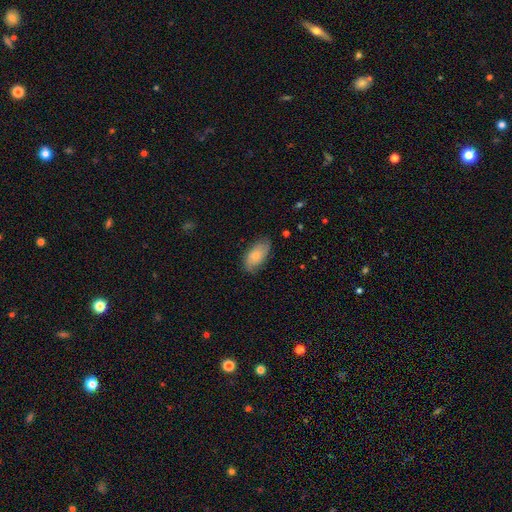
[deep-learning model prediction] Q: Smooth or featured?
A: smooth (70%); runner-up: featured or disk (23%)
Q: How rounded?
A: in between (93%); runner-up: cigar-shaped (4%)
Q: Merging?
A: none (74%); runner-up: minor disturbance (21%)